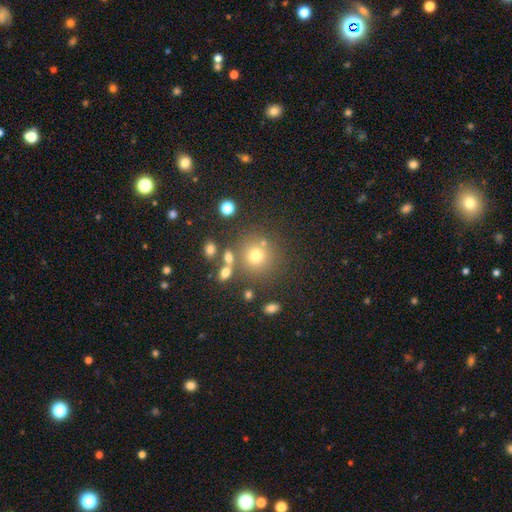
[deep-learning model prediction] Smooth or featured: smooth — 69% (star or artifact — 20%)
How rounded: round — 91% (in between — 8%)
Merging: none — 74% (merger — 12%)